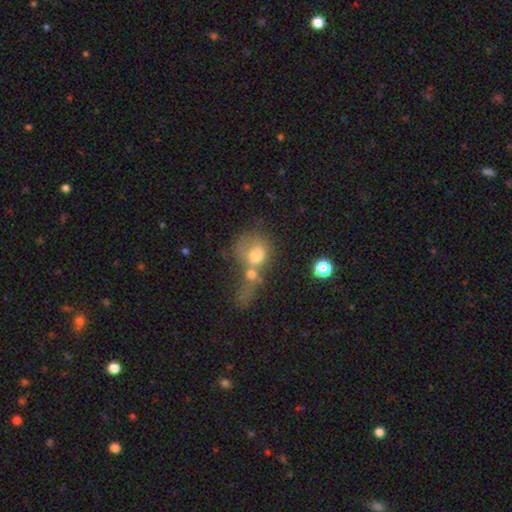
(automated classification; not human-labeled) Morphology: type=smooth (61%); roundness=round (72%); merging=merger (62%).